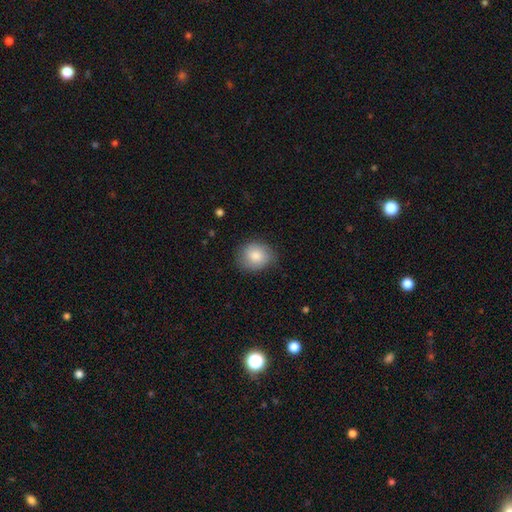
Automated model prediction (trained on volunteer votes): Morphology: type=smooth (83%); roundness=round (65%); merging=none (77%).